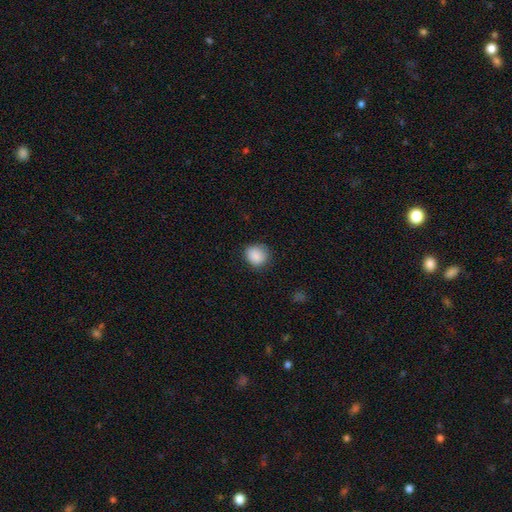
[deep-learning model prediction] Smooth or featured?
  - smooth: 88% *
  - star or artifact: 8%
  - featured or disk: 4%
How rounded?
  - round: 85% *
  - in between: 14%
  - cigar-shaped: 1%
Merging?
  - none: 82% *
  - minor disturbance: 14%
  - major disturbance: 3%
  - merger: 1%